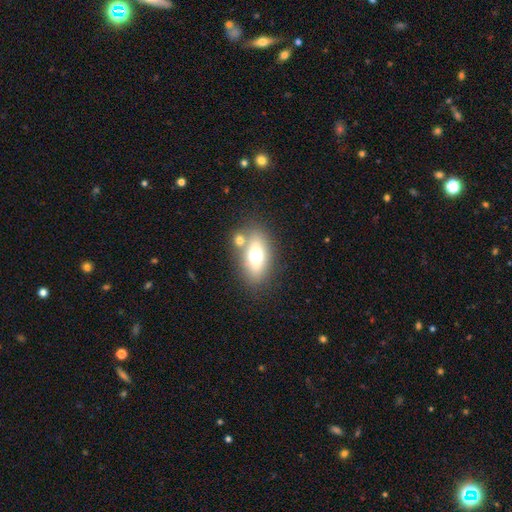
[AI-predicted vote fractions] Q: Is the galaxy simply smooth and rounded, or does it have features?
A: smooth — 63%.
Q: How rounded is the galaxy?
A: in between — 82%.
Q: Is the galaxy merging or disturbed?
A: none — 62%.